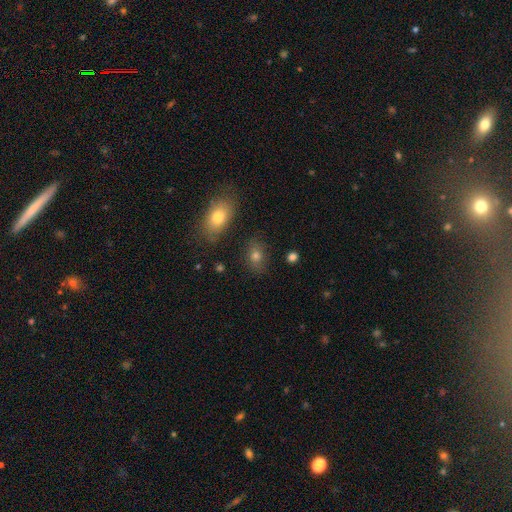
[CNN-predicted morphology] Smooth or featured: smooth — 75% (star or artifact — 13%)
How rounded: in between — 75% (round — 23%)
Merging: none — 79% (minor disturbance — 13%)